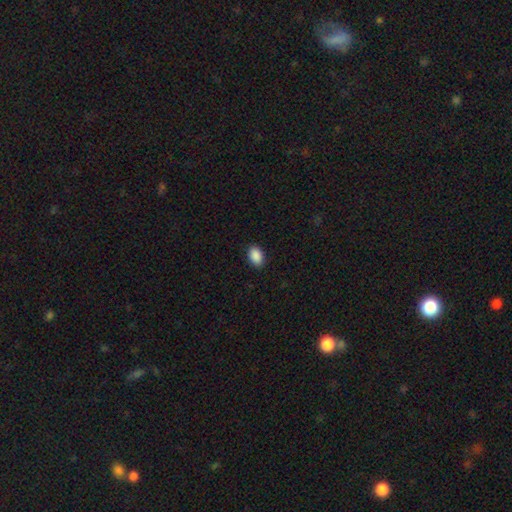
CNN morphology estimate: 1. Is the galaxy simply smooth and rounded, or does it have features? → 90% smooth, 7% star or artifact, 3% featured or disk.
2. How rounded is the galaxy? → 86% in between, 13% round, 1% cigar-shaped.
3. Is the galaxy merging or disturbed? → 89% none, 8% minor disturbance, 2% major disturbance, 1% merger.